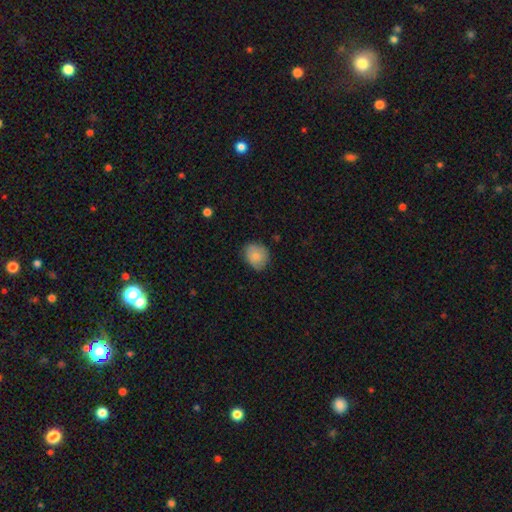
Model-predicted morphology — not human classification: smooth-or-featured: smooth: 83% | featured or disk: 9% | star or artifact: 8%
  how-rounded: round: 63% | in between: 36% | cigar-shaped: 1%
  merging: none: 74% | minor disturbance: 21% | major disturbance: 4% | merger: 1%